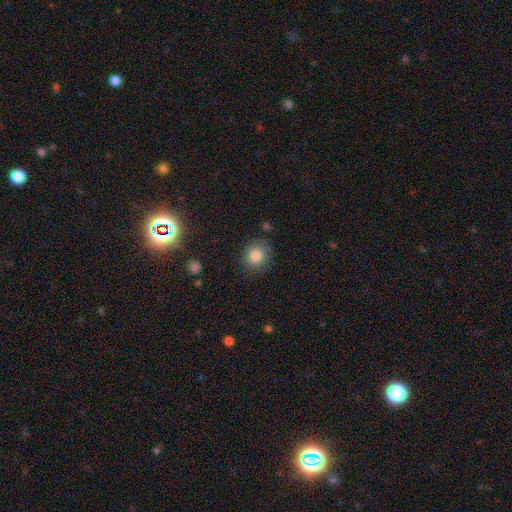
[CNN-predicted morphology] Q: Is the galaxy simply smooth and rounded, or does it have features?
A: smooth — 82%.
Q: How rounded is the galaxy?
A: round — 81%.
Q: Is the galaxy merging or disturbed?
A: none — 82%.